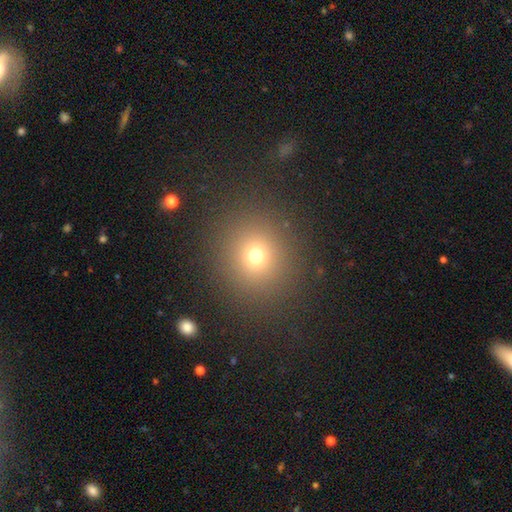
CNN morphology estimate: Overall: smooth (70%). How rounded: round (88%). Merging: none (88%).